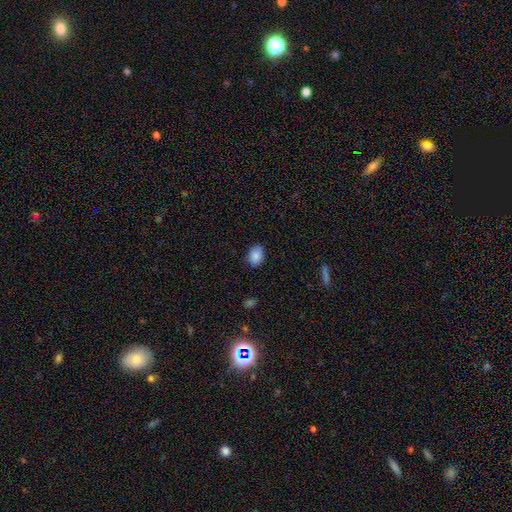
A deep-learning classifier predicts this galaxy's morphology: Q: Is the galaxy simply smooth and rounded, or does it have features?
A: smooth — 88%.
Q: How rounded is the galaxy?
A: in between — 80%.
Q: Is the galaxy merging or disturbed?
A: none — 84%.